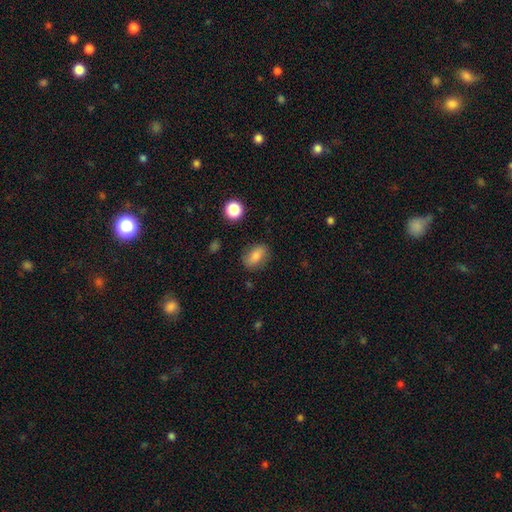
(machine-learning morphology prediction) smooth-or-featured: smooth: 77% | featured or disk: 13% | star or artifact: 10%
  how-rounded: in between: 81% | round: 16% | cigar-shaped: 3%
  merging: none: 81% | minor disturbance: 14% | major disturbance: 4% | merger: 2%